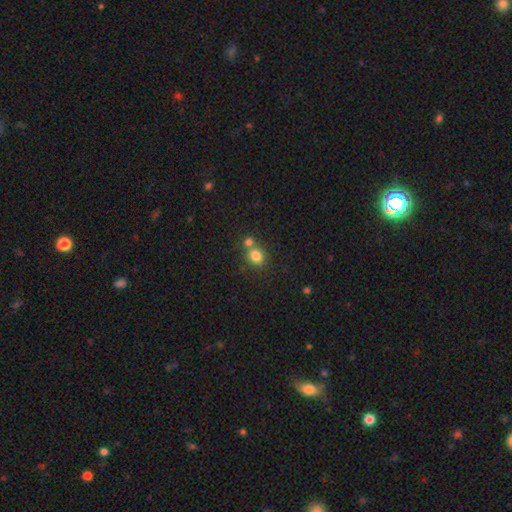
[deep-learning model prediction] This appears to be a smooth galaxy with no disk features (80%) that is round (74%). Merging: none (52%).